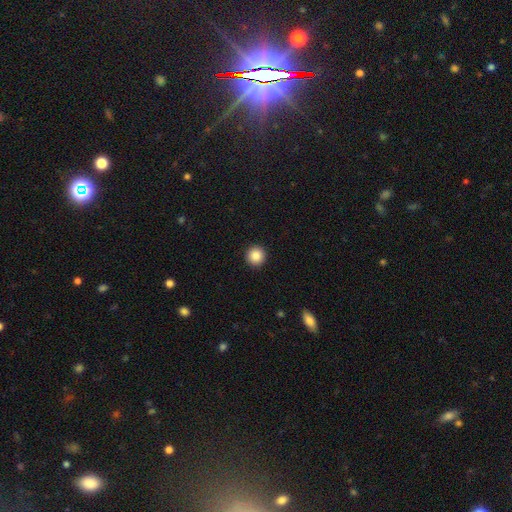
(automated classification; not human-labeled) Smooth or featured? smooth (87%)
How rounded? round (95%)
Merging? none (93%)